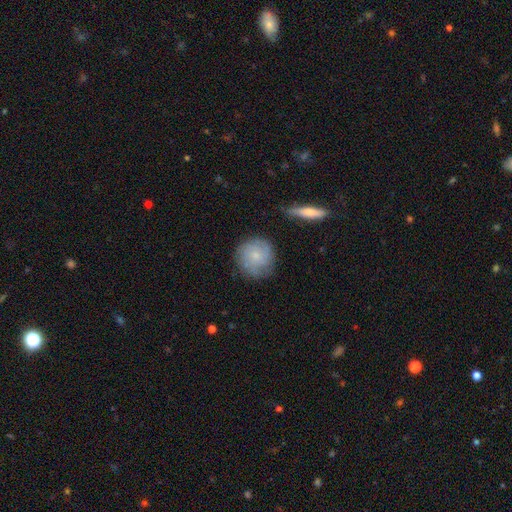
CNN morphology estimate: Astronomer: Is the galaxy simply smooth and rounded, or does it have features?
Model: smooth — 55% (runner-up: featured or disk, 38%).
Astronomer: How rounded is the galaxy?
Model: round — 90%.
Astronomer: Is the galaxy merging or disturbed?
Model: none — 75%.